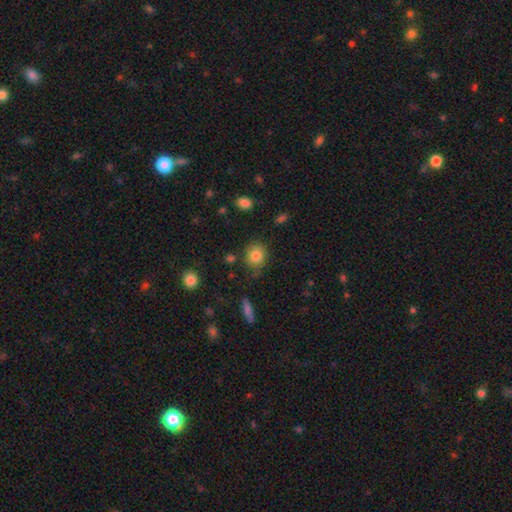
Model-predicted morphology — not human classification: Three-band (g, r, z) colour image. It shows a smooth galaxy with no disk features (82%) that is round (73%). Merging: none (77%).